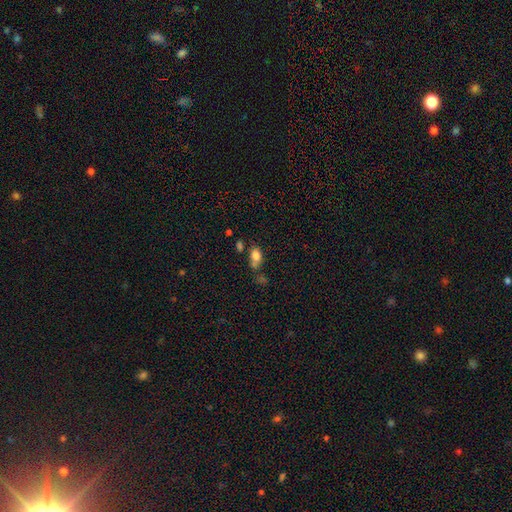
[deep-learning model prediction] A smooth galaxy with no disk features (78%) that is in between round and cigar-shaped (78%).

Vote fractions:
- Smooth or featured? smooth: 78% / star or artifact: 12% / featured or disk: 10%
- How rounded? in between: 78% / round: 19% / cigar-shaped: 3%
- Merging? none: 39% / merger: 28% / minor disturbance: 21% / major disturbance: 12%